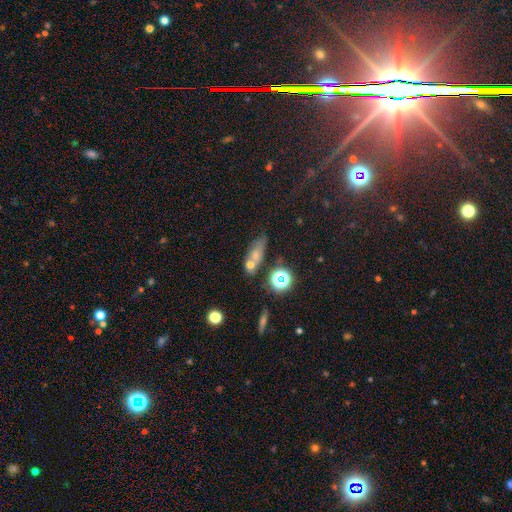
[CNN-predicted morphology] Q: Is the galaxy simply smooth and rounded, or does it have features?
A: smooth — 59%.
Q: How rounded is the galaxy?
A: in between — 54%.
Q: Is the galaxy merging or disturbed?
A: none — 48%.